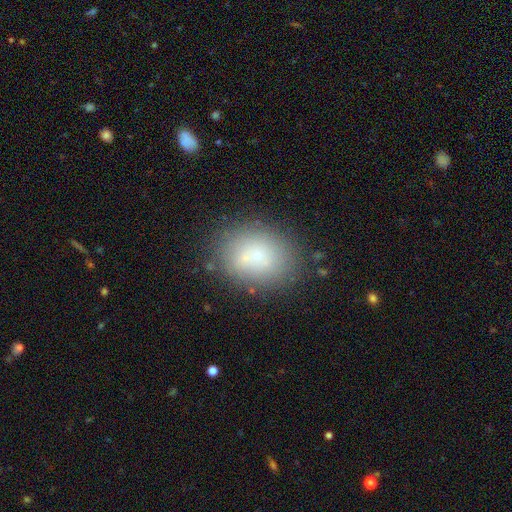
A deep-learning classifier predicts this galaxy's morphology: Overall: smooth (69%). How rounded: in between (52%; round 46%). Merging: none (76%).